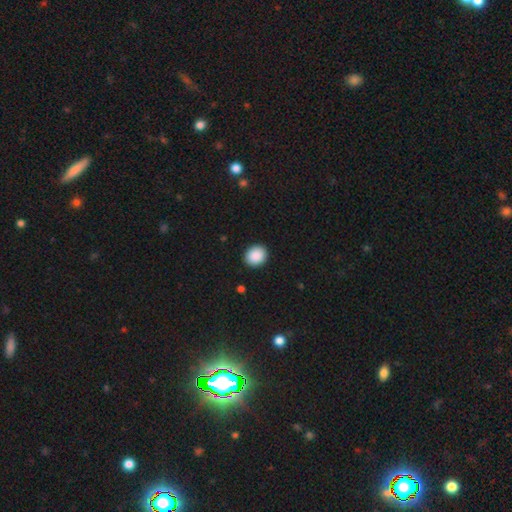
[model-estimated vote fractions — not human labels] This is clearly a smooth galaxy (90%). How rounded: likely round (64%). Merging: clearly none (91%).